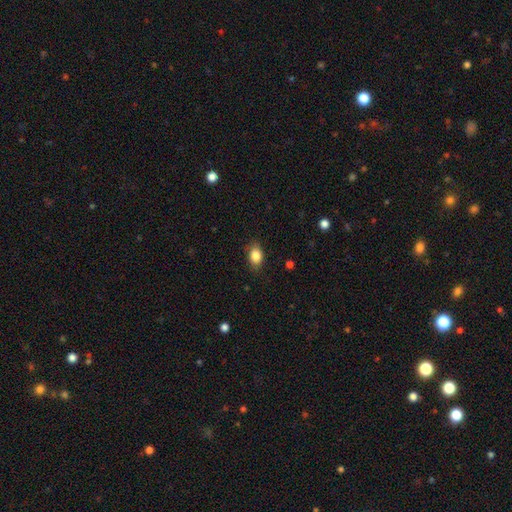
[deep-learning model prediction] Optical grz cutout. It shows a smooth galaxy with no disk features (85%) that is in between round and cigar-shaped (78%). Merging: none (83%).